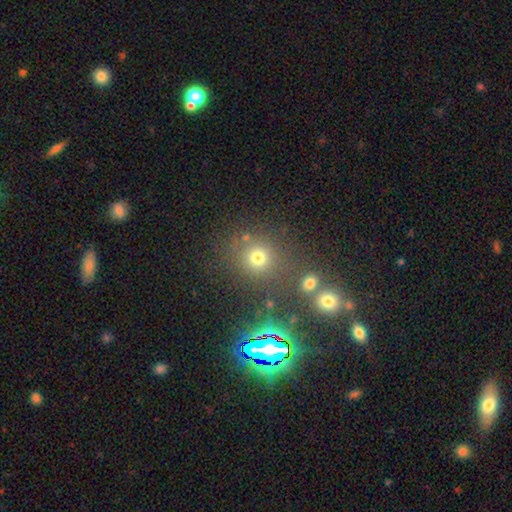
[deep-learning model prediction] The model was most divided on "smooth or featured": smooth: 47%, star or artifact: 45%, featured or disk: 9%. More confident: merging — none (77%).